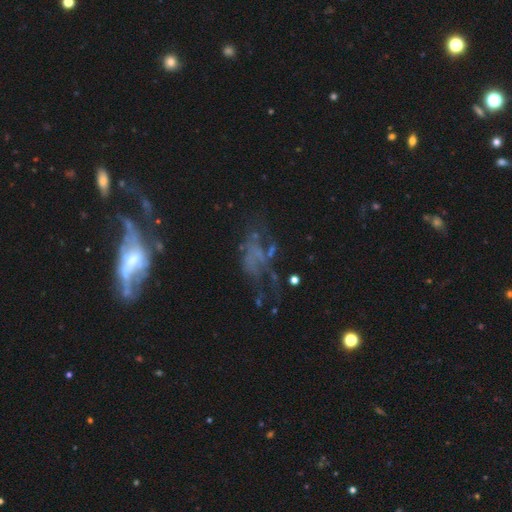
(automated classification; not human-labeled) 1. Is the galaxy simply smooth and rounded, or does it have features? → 57% featured or disk, 23% star or artifact, 20% smooth.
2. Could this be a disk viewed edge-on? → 95% no, 5% yes.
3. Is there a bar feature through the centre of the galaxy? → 80% no, 14% weak, 6% strong.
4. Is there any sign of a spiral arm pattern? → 63% no, 37% yes.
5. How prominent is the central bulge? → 78% none, 11% small, 7% moderate, 3% large, 1% dominant.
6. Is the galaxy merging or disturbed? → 41% major disturbance, 31% none, 16% minor disturbance, 12% merger.